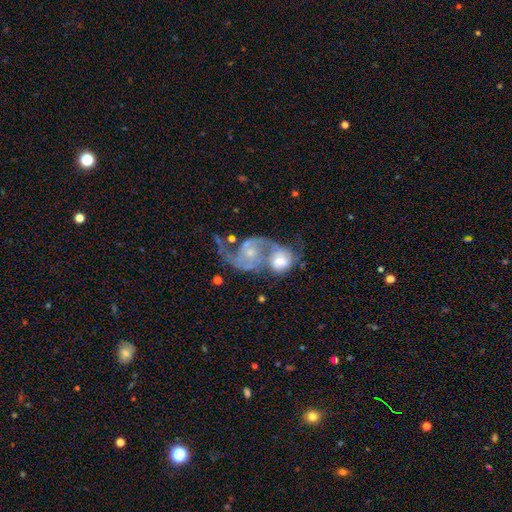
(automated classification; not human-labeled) The model was most divided on "spiral winding": medium: 47%, tight: 29%, loose: 24%. More confident: edge-on disk — no (97%); spiral arms — yes (92%); smooth or featured — featured or disk (80%); spiral arm count — 2 (68%); bar — no (58%); bulge size — small (54%); merging — merger (51%).